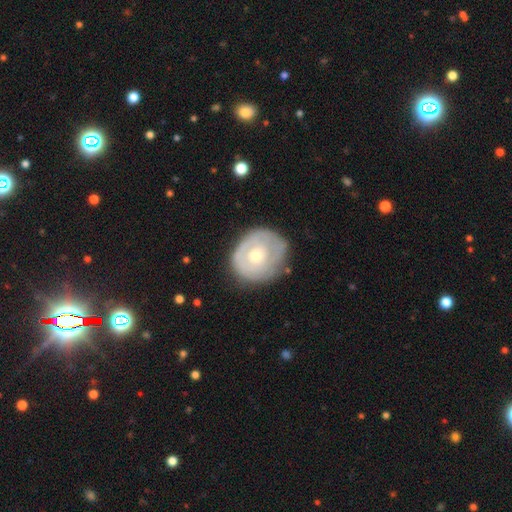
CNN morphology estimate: Smooth or featured: featured or disk — 52% (smooth — 42%)
Edge-on disk: no — 96% (yes — 4%)
Merging: none — 69% (minor disturbance — 22%)